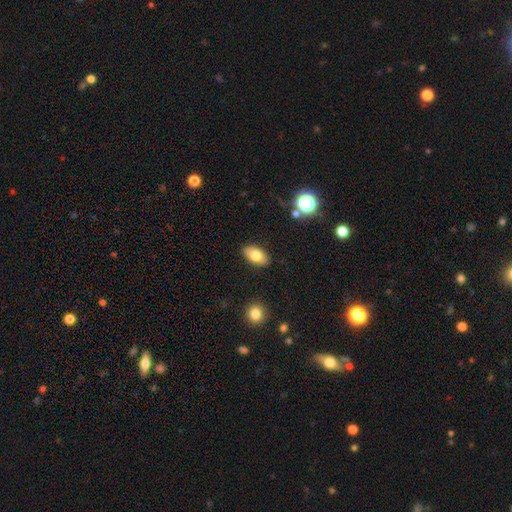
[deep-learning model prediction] smooth-or-featured: smooth: 77% | featured or disk: 15% | star or artifact: 8%
  how-rounded: in between: 92% | round: 5% | cigar-shaped: 2%
  merging: none: 87% | minor disturbance: 9% | major disturbance: 2% | merger: 1%